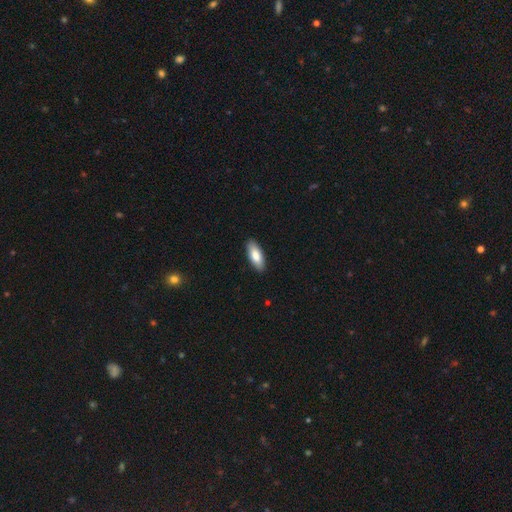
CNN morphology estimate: Q: Smooth or featured?
A: smooth (82%); runner-up: featured or disk (13%)
Q: How rounded?
A: in between (76%); runner-up: cigar-shaped (22%)
Q: Merging?
A: none (90%); runner-up: minor disturbance (8%)